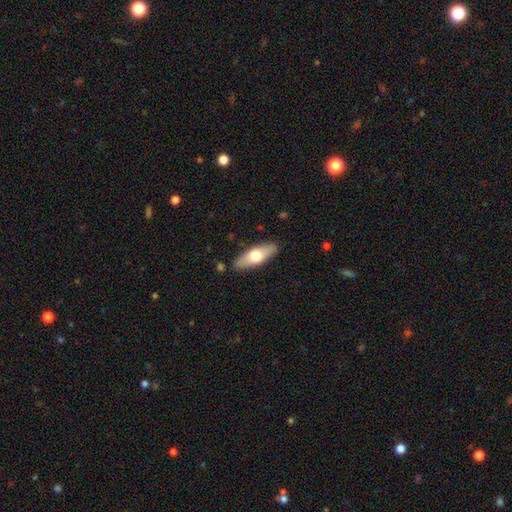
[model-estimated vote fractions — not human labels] Morphology: type=smooth (60%); roundness=in between (60%); merging=none (87%).